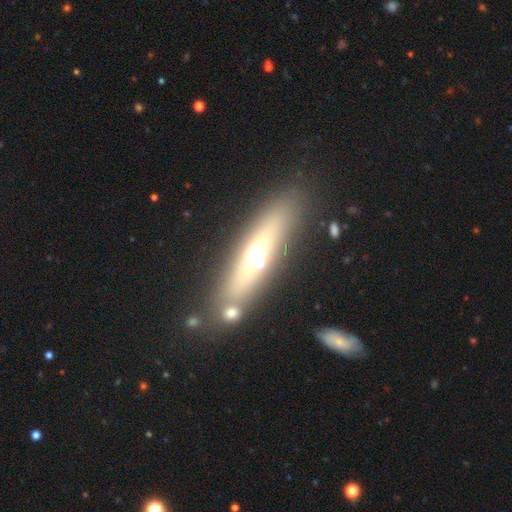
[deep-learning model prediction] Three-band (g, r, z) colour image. It shows a smooth galaxy with no disk features (45%). Merging: none (77%).